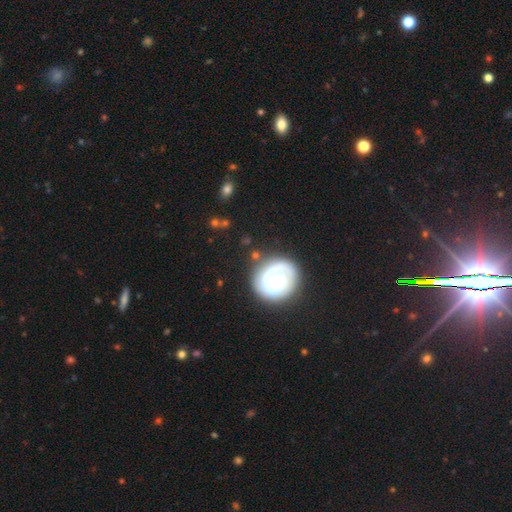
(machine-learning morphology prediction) This appears to be a featured or disk galaxy (61%) with no bar (53%), spiral arms (81%) and a moderate central bulge (36%). Merging: none (72%).